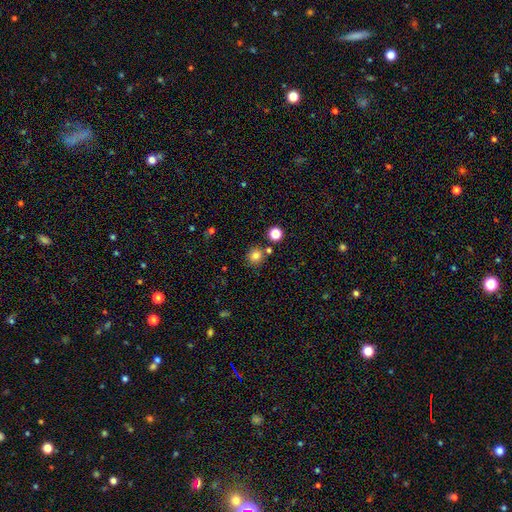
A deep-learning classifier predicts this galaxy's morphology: The model was most divided on "smooth or featured": smooth: 80%, star or artifact: 14%, featured or disk: 6%. More confident: how rounded — round (89%); merging — none (79%).